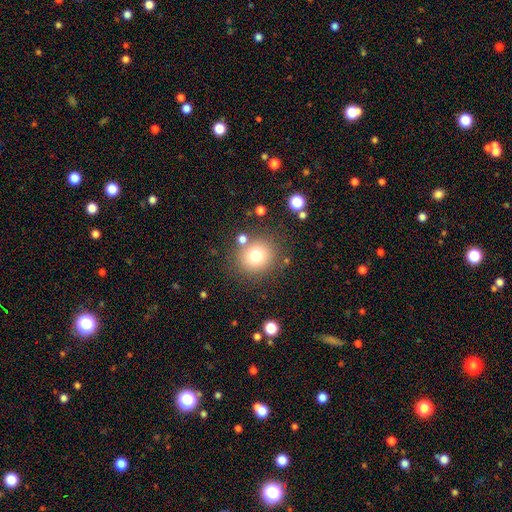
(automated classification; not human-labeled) Overall: smooth (74%). How rounded: round (87%). Merging: none (80%).